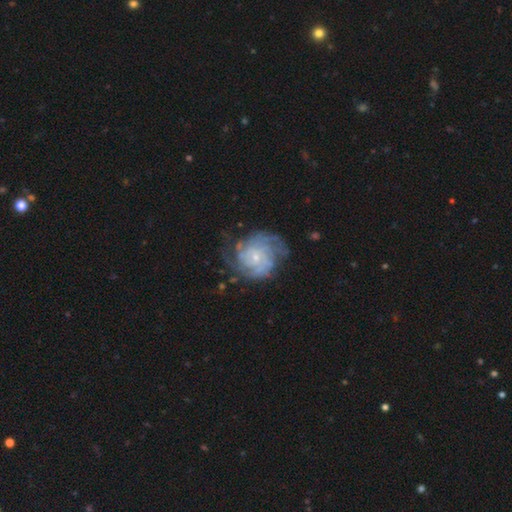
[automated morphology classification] Smooth or featured?
  - featured or disk: 84% *
  - smooth: 9%
  - star or artifact: 7%
Edge-on disk?
  - no: 98% *
  - yes: 2%
Bar?
  - no: 74% *
  - weak: 22%
  - strong: 4%
Spiral arms?
  - yes: 95% *
  - no: 5%
Spiral winding?
  - tight: 65% *
  - medium: 27%
  - loose: 8%
Spiral arm count?
  - can't tell: 36% *
  - 4: 19%
  - 3: 15%
  - 2: 14%
  - more than 4: 9%
  - 1: 7%
Bulge size?
  - small: 80% *
  - moderate: 14%
  - none: 4%
  - large: 1%
  - dominant: 1%
Merging?
  - none: 65% *
  - minor disturbance: 20%
  - major disturbance: 14%
  - merger: 2%